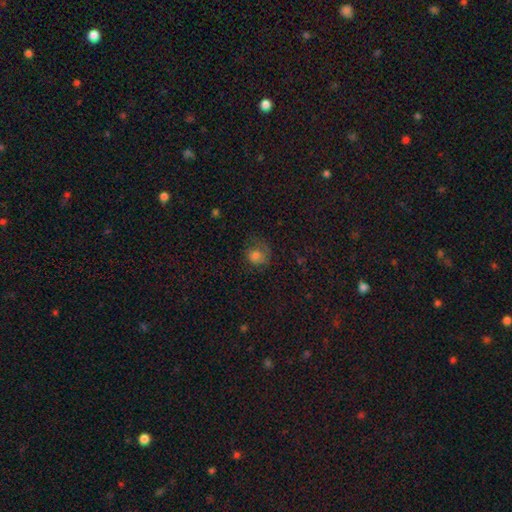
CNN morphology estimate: Q: Smooth or featured?
A: smooth (69%); runner-up: featured or disk (18%)
Q: How rounded?
A: round (77%); runner-up: in between (22%)
Q: Merging?
A: none (52%); runner-up: minor disturbance (24%)